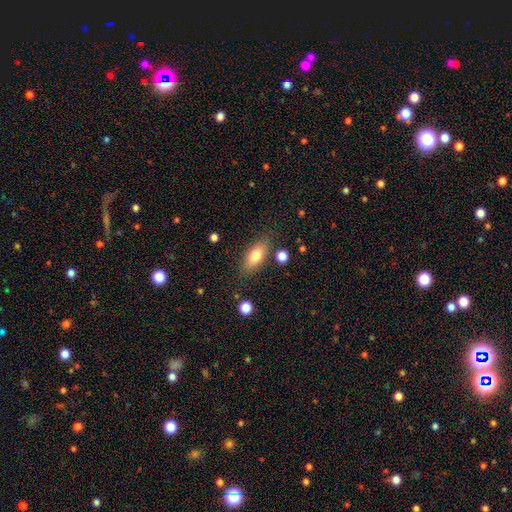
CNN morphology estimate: Smooth or featured? smooth (75%)
How rounded? in between (80%)
Merging? none (79%)